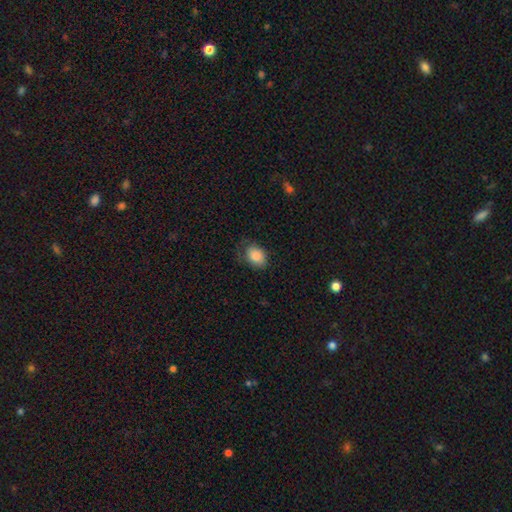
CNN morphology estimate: type=smooth (82%); roundness=in between (73%); merging=none (56%).